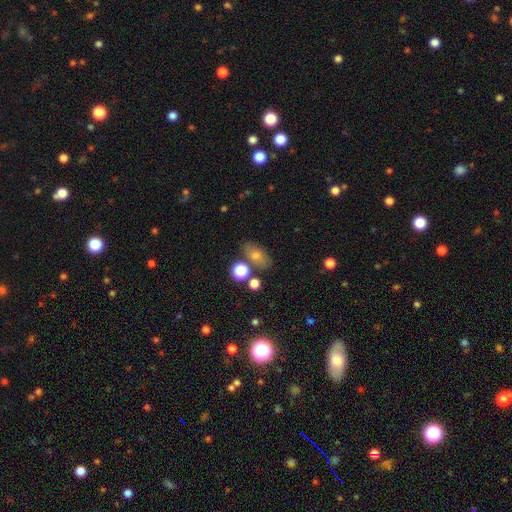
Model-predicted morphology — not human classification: type=smooth (67%); roundness=in between (78%); merging=none (75%).